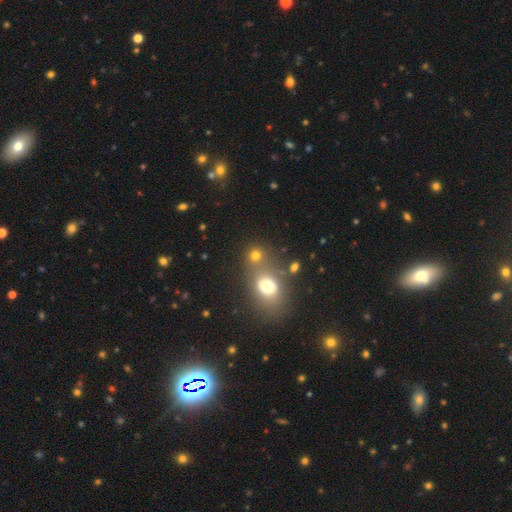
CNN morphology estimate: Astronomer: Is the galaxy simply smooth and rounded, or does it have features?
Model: smooth — 70%.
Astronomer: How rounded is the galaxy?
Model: round — 74%.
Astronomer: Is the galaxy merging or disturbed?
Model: none — 50% (runner-up: merger, 37%).